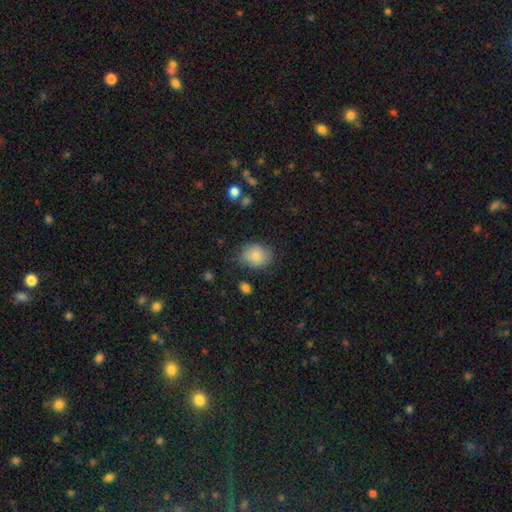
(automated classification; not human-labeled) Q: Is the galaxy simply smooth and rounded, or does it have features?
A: smooth — 82%.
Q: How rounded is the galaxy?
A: round — 55%.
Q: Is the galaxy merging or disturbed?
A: none — 71%.